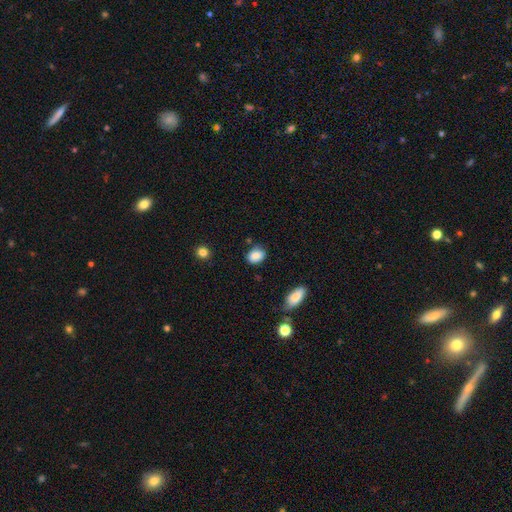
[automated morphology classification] Smooth or featured?
  - smooth: 85% *
  - star or artifact: 9%
  - featured or disk: 6%
How rounded?
  - in between: 62% *
  - round: 37%
  - cigar-shaped: 1%
Merging?
  - none: 72% *
  - minor disturbance: 20%
  - major disturbance: 4%
  - merger: 4%